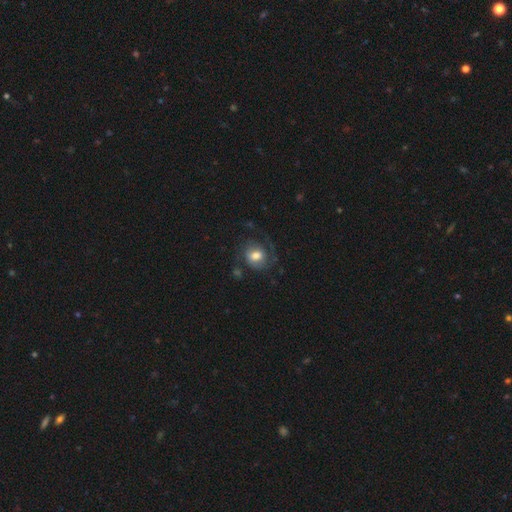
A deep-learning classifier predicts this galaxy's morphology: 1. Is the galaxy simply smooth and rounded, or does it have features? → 57% smooth, 35% featured or disk, 8% star or artifact.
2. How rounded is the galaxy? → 65% round, 34% in between, 1% cigar-shaped.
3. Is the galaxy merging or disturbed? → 56% none, 22% minor disturbance, 19% major disturbance, 3% merger.